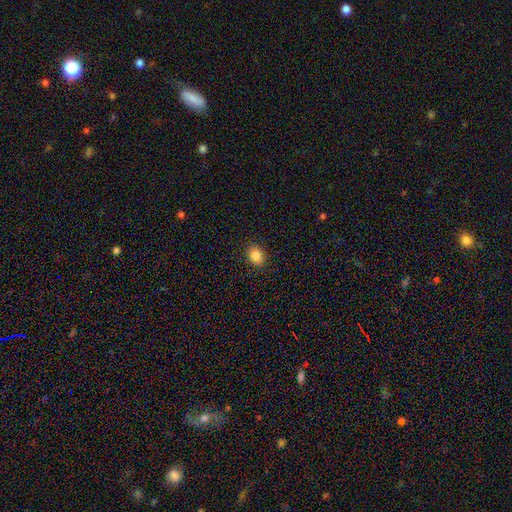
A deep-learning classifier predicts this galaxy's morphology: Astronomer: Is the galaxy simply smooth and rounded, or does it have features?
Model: smooth — 85%.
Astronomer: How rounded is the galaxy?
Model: in between — 60% (runner-up: round, 39%).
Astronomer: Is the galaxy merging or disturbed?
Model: none — 90%.